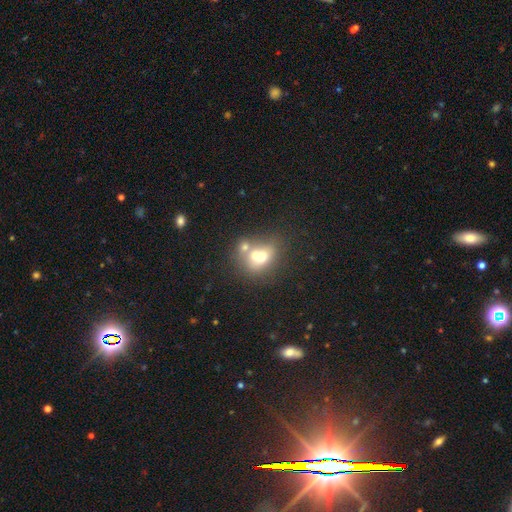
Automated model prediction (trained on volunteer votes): Q: Smooth or featured?
A: smooth (61%); runner-up: featured or disk (28%)
Q: How rounded?
A: round (57%); runner-up: in between (41%)
Q: Merging?
A: merger (59%); runner-up: none (28%)